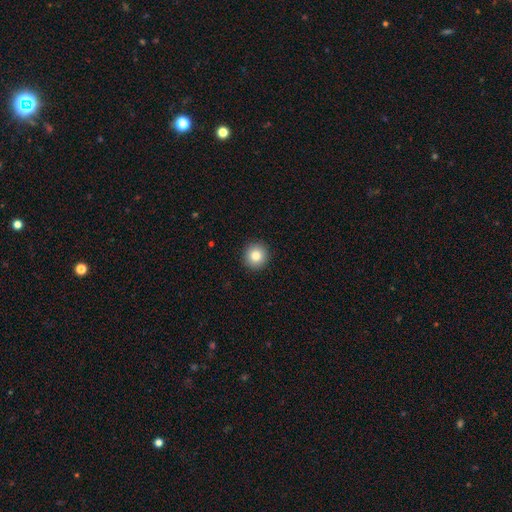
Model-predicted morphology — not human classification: type=smooth (83%); roundness=round (94%); merging=none (93%).